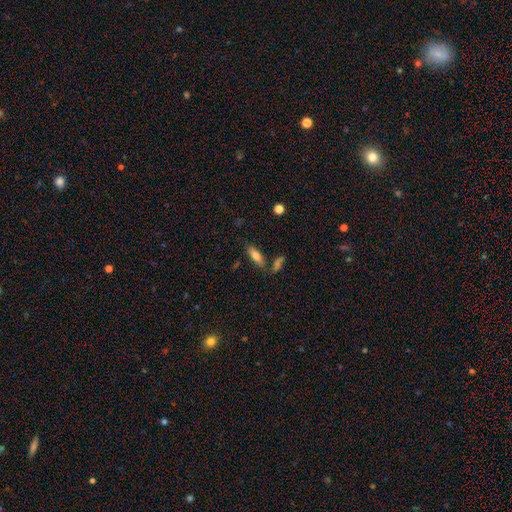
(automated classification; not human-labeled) A smooth galaxy with no disk features (71%) that is in between round and cigar-shaped (56%).

Vote fractions:
- Smooth or featured? smooth: 71% / featured or disk: 21% / star or artifact: 8%
- How rounded? in between: 56% / cigar-shaped: 42% / round: 2%
- Merging? none: 71% / minor disturbance: 13% / merger: 12% / major disturbance: 4%